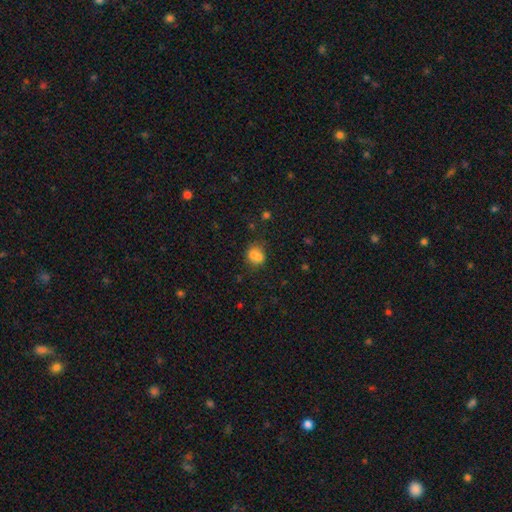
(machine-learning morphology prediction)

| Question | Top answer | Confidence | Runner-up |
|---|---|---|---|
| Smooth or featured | smooth | 73% | featured or disk (15%) |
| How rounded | round | 66% | in between (33%) |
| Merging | none | 43% | merger (40%) |